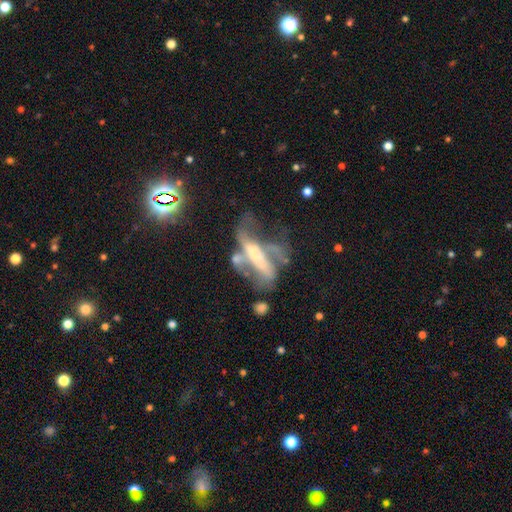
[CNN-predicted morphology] This is likely a featured or disk galaxy (64%). It is likely not viewed edge-on (77%). Merging: marginally major disturbance (39%).